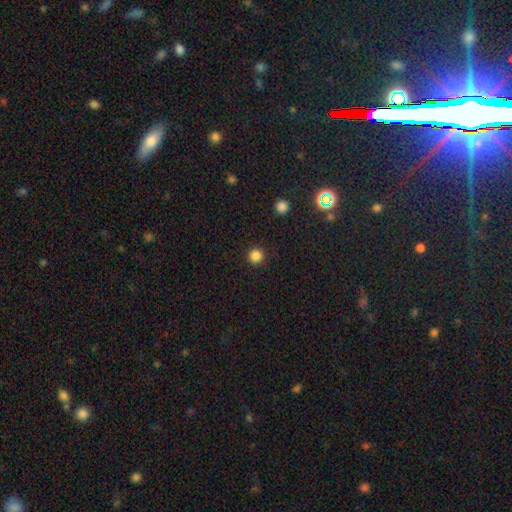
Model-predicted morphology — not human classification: Smooth or featured: smooth — 84% (star or artifact — 13%)
How rounded: round — 96% (in between — 3%)
Merging: none — 92% (minor disturbance — 5%)